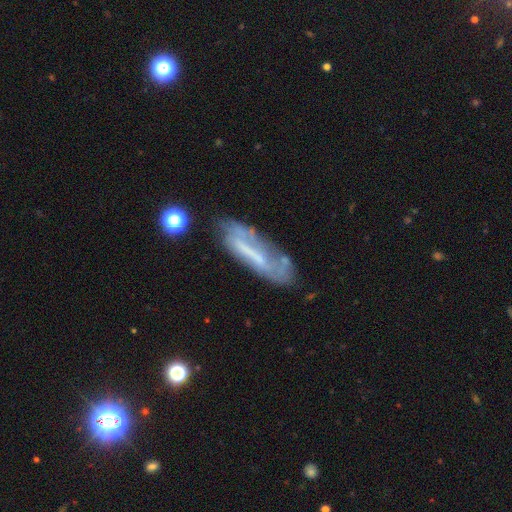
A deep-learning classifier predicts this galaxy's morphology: smooth_or_featured: featured or disk (p=0.60) [alt: smooth p=0.30]
disk_edge_on: no (p=0.70) [alt: yes p=0.30]
merging: none (p=0.55) [alt: minor disturbance p=0.25]